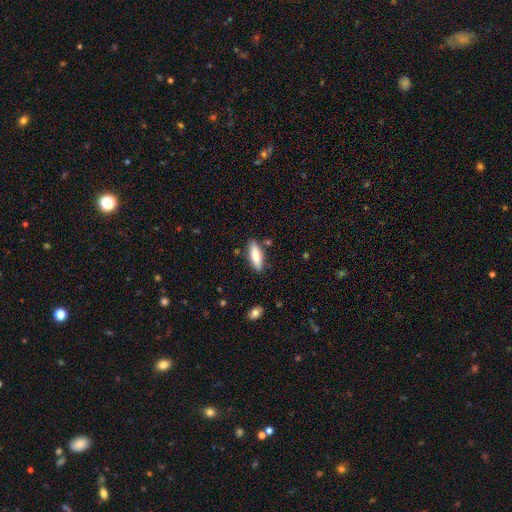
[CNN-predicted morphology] Overall: smooth (74%). How rounded: in between (57%; cigar-shaped 41%). Merging: none (84%).